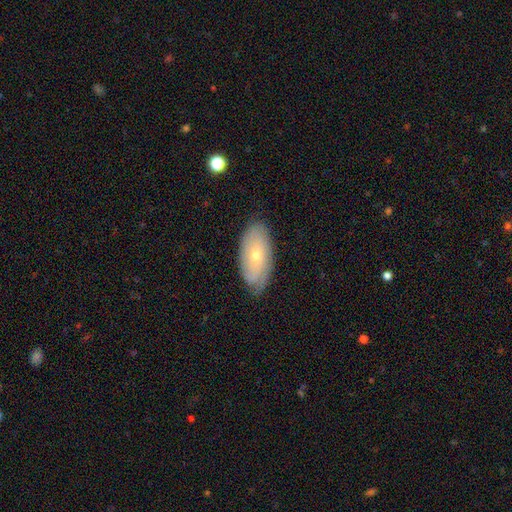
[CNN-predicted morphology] Q: Smooth or featured?
A: featured or disk (54%); runner-up: smooth (39%)
Q: Edge-on disk?
A: no (86%); runner-up: yes (14%)
Q: Merging?
A: none (75%); runner-up: minor disturbance (20%)